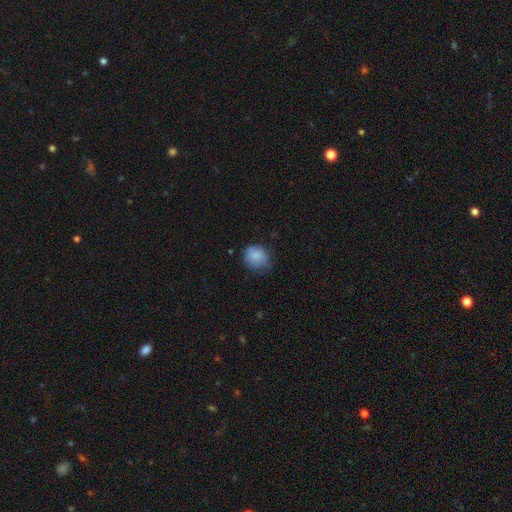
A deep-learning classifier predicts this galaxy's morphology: The model was most divided on "merging": none: 59%, minor disturbance: 31%, major disturbance: 9%, merger: 1%. More confident: smooth or featured — smooth (83%); how rounded — round (70%).